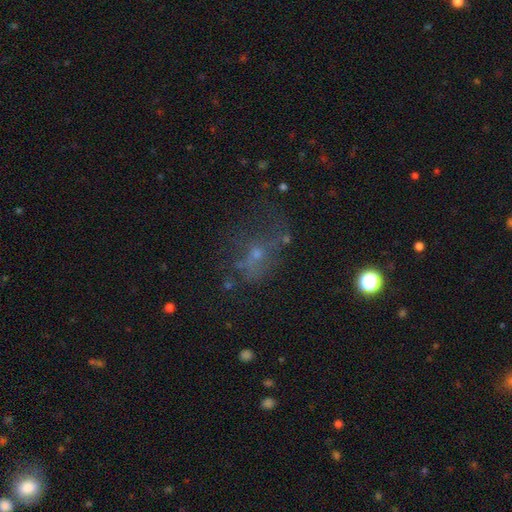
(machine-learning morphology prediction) Overall: smooth (36%; featured or disk 34%). Merging: none (43%; major disturbance 32%).